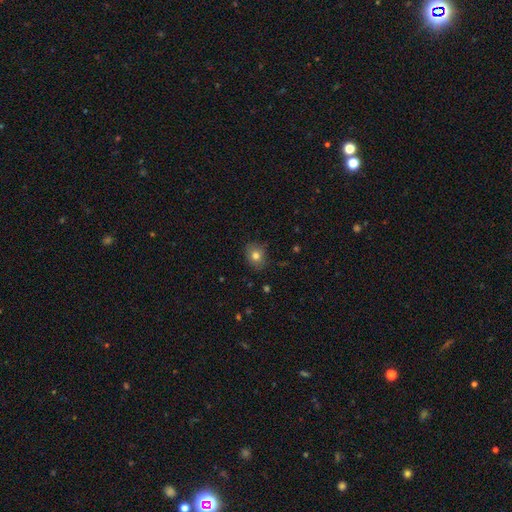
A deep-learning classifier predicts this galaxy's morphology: Smooth or featured? Predicted: smooth (p=0.79). How rounded? Predicted: round (p=0.57). Merging? Predicted: none (p=0.83).